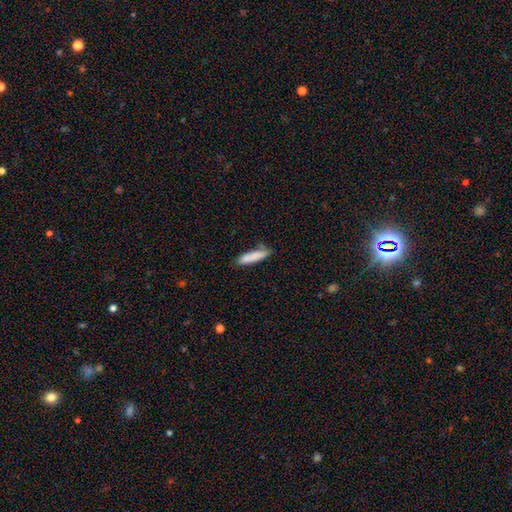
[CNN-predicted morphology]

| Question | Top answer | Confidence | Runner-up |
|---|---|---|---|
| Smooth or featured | smooth | 84% | featured or disk (10%) |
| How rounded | cigar-shaped | 77% | in between (21%) |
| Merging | none | 75% | minor disturbance (17%) |